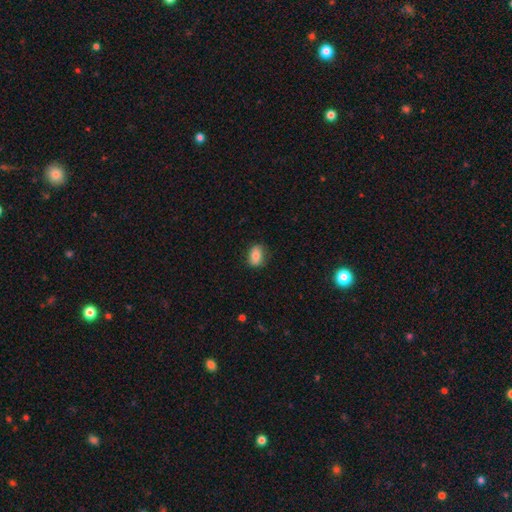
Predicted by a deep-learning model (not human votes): The model was most divided on "how rounded": in between: 79%, round: 19%, cigar-shaped: 2%. More confident: smooth or featured — smooth (79%); merging — none (79%).